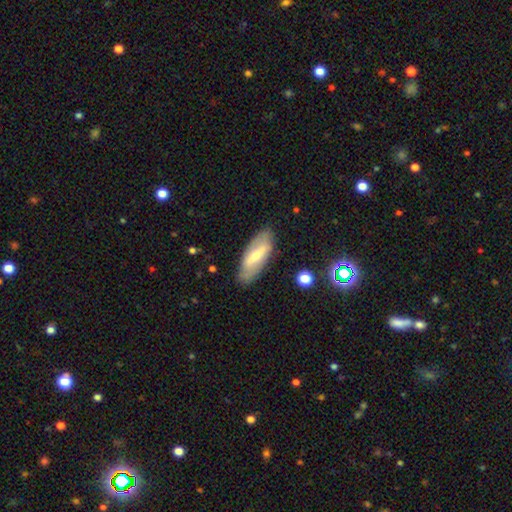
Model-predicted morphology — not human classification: Q: Smooth or featured?
A: featured or disk (55%); runner-up: smooth (39%)
Q: Edge-on disk?
A: no (78%); runner-up: yes (22%)
Q: Merging?
A: none (84%); runner-up: minor disturbance (12%)